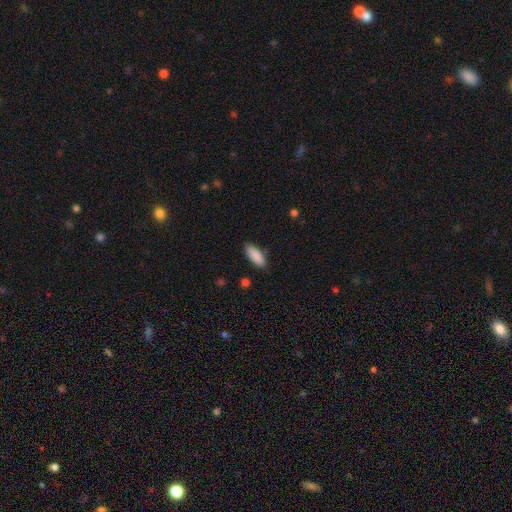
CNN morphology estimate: Smooth or featured? smooth (89%)
How rounded? in between (70%)
Merging? none (87%)